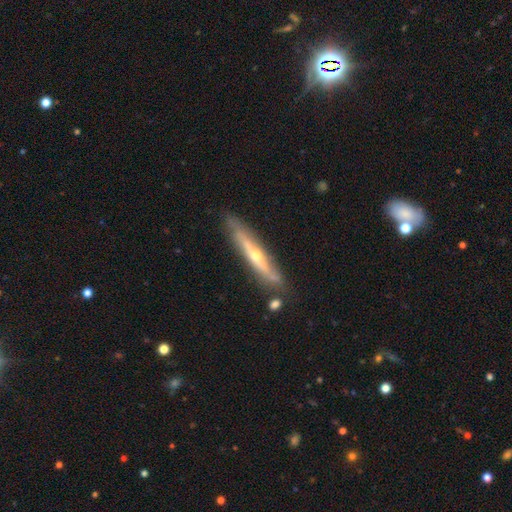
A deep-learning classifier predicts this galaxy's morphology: Smooth or featured: featured or disk — 71% (smooth — 23%)
Edge-on disk: yes — 85% (no — 15%)
Edge-on bulge: rounded — 79% (none — 18%)
Merging: none — 80% (minor disturbance — 14%)